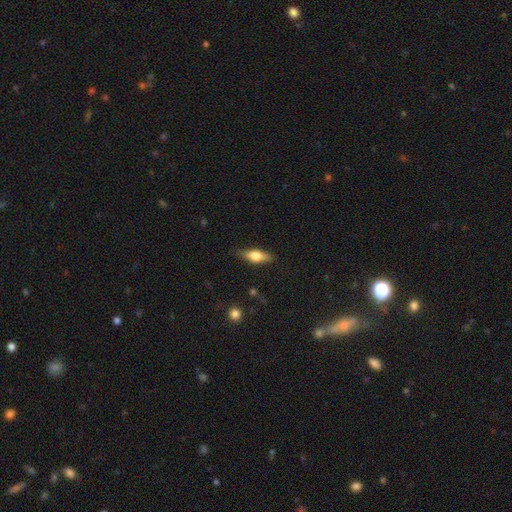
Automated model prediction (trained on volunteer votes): A smooth galaxy with no disk features (57%) that is in between round and cigar-shaped (58%).

Vote fractions:
- Smooth or featured? smooth: 57% / featured or disk: 36% / star or artifact: 7%
- How rounded? in between: 58% / cigar-shaped: 38% / round: 4%
- Merging? none: 80% / minor disturbance: 15% / major disturbance: 3% / merger: 1%